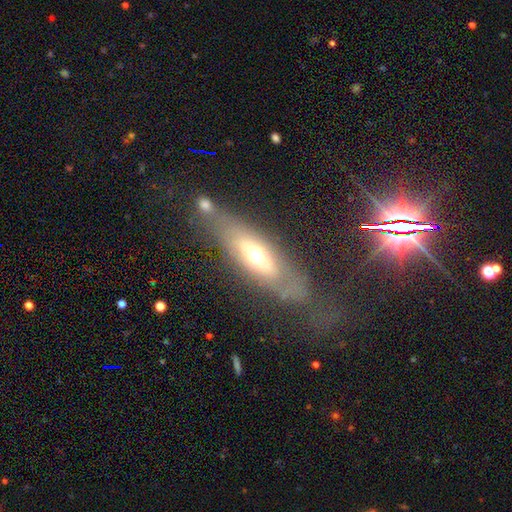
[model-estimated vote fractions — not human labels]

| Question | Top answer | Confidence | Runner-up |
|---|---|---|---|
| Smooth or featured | featured or disk | 53% | smooth (38%) |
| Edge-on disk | no | 58% | yes (42%) |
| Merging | none | 59% | minor disturbance (19%) |